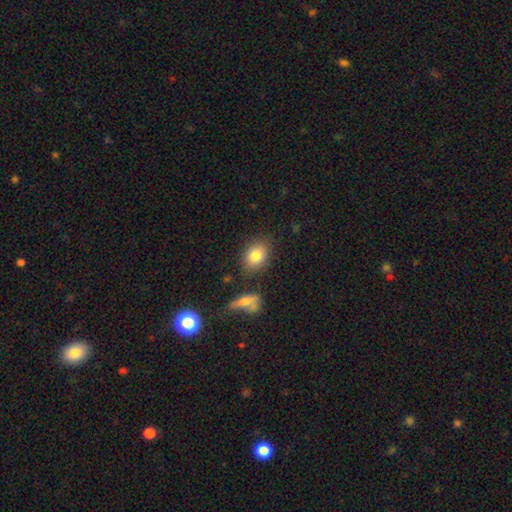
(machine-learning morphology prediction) smooth-or-featured: smooth: 82% | featured or disk: 10% | star or artifact: 8%
  how-rounded: in between: 62% | round: 36% | cigar-shaped: 2%
  merging: none: 79% | minor disturbance: 12% | merger: 6% | major disturbance: 4%